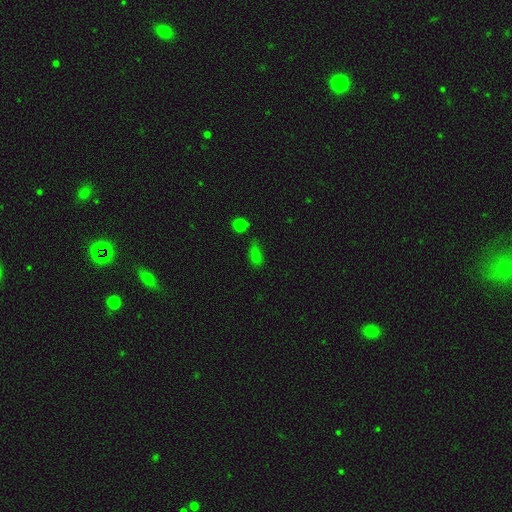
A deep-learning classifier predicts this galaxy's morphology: Smooth or featured? Predicted: smooth (p=0.69). How rounded? Predicted: in between (p=0.77). Merging? Predicted: none (p=0.59).